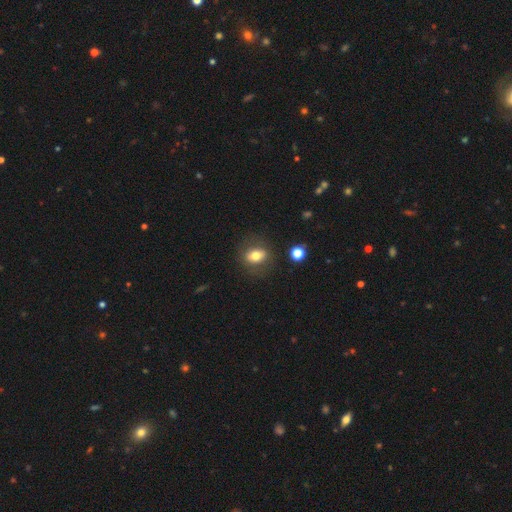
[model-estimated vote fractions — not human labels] The model was most divided on "how rounded": in between: 65%, round: 33%, cigar-shaped: 2%. More confident: merging — none (81%); smooth or featured — smooth (71%).